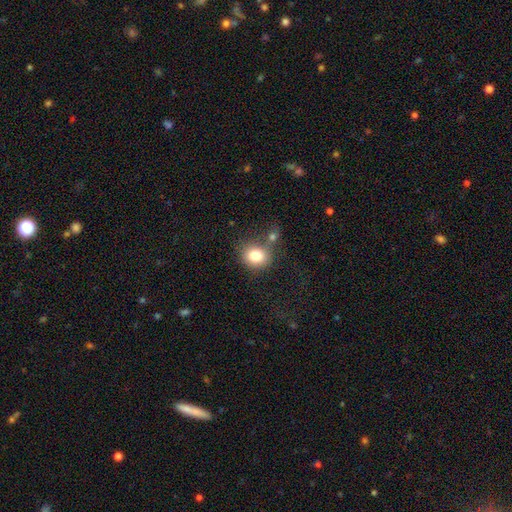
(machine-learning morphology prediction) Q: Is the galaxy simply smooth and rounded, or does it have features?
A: smooth — 81%.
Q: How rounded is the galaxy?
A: round — 75%.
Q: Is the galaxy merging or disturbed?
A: none — 60%.